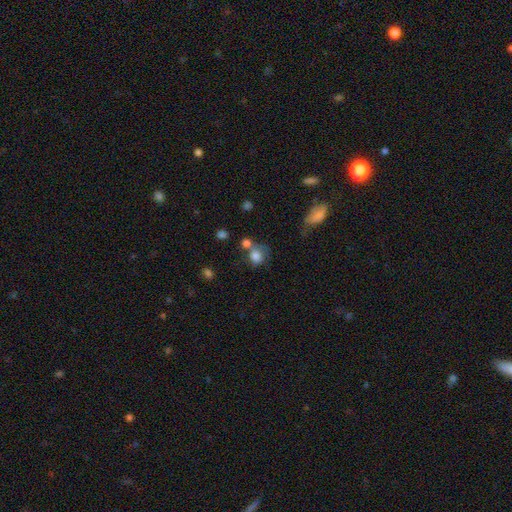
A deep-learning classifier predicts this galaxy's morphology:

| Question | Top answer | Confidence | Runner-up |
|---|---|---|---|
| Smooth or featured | smooth | 80% | star or artifact (11%) |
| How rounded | round | 67% | in between (32%) |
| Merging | none | 44% | merger (26%) |